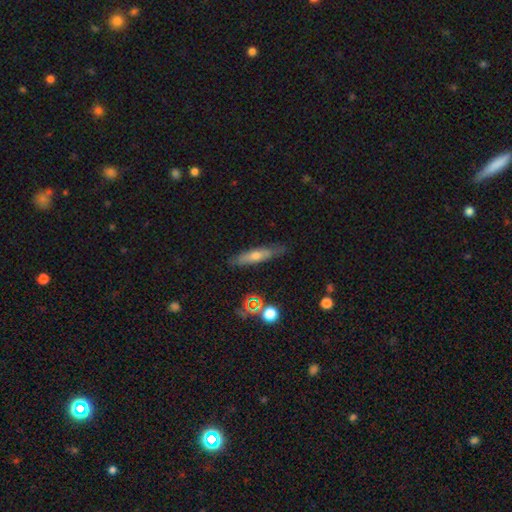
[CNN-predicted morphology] Q: Smooth or featured?
A: featured or disk (46%); runner-up: smooth (45%)
Q: Merging?
A: none (82%); runner-up: minor disturbance (13%)